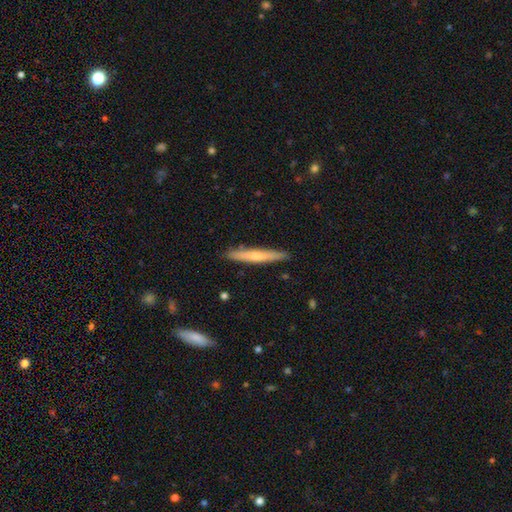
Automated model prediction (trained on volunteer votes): Smooth or featured? smooth (55%)
How rounded? cigar-shaped (95%)
Merging? none (90%)